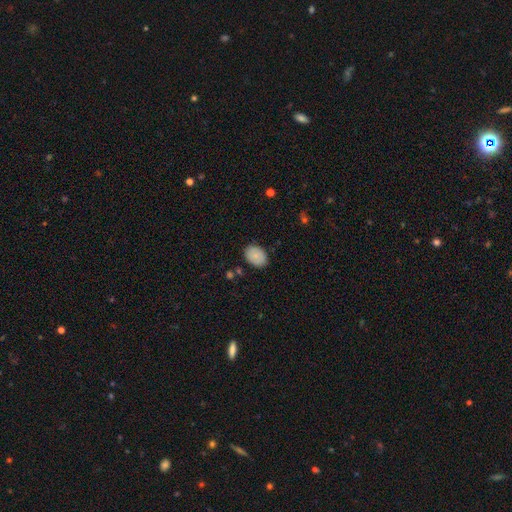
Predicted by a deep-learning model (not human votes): A smooth galaxy with no disk features (87%) that is in between round and cigar-shaped (74%).

Vote fractions:
- Smooth or featured? smooth: 87% / star or artifact: 7% / featured or disk: 6%
- How rounded? in between: 74% / round: 25% / cigar-shaped: 1%
- Merging? none: 85% / minor disturbance: 11% / major disturbance: 2% / merger: 2%